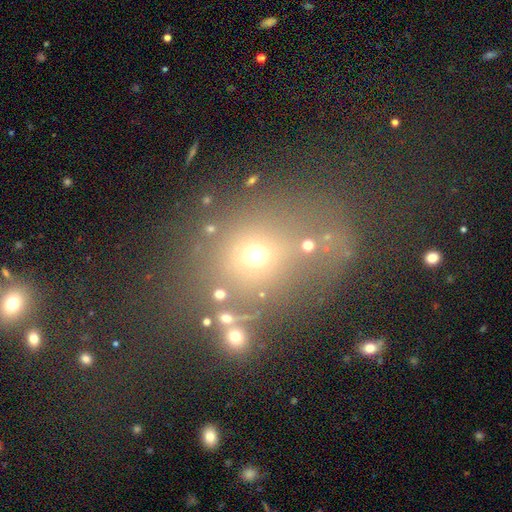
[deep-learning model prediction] Smooth or featured: smooth — 56% (star or artifact — 29%)
How rounded: round — 62% (in between — 36%)
Merging: none — 58% (minor disturbance — 16%)